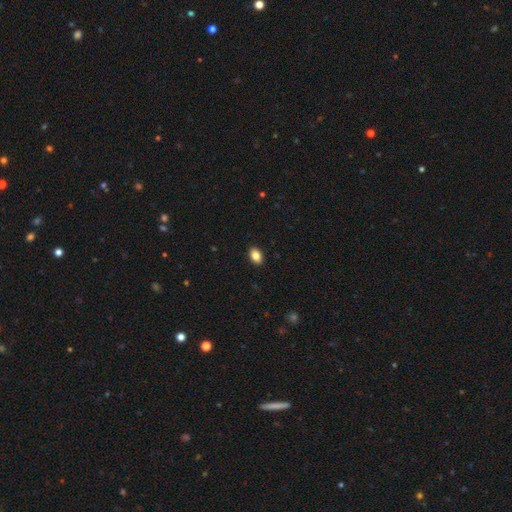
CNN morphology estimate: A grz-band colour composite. It shows a smooth galaxy with no disk features (85%) that is in between round and cigar-shaped (84%). Merging: none (90%).